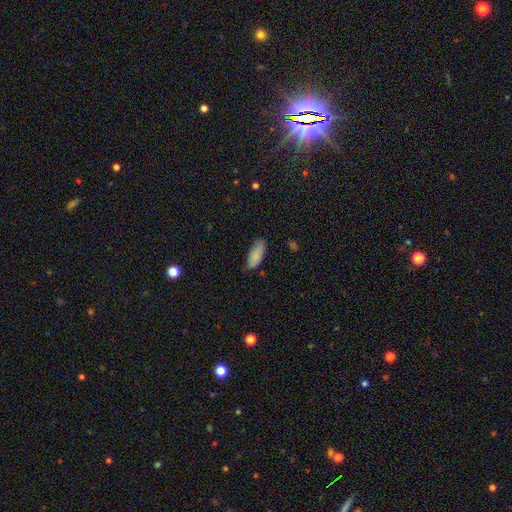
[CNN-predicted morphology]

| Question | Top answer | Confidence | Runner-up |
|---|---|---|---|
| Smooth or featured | smooth | 86% | featured or disk (7%) |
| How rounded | in between | 76% | cigar-shaped (22%) |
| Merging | none | 72% | minor disturbance (22%) |